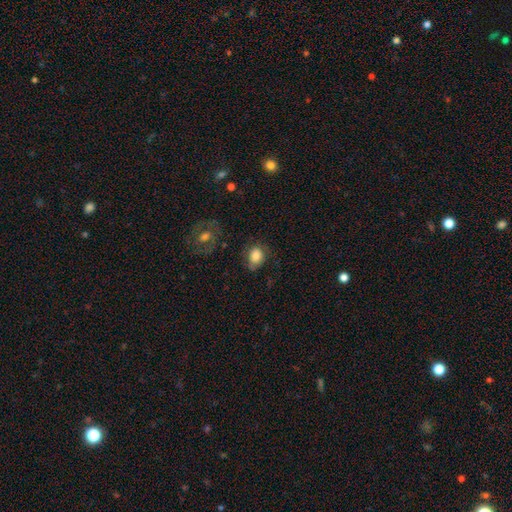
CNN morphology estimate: A smooth galaxy with no disk features (82%) that is in between round and cigar-shaped (58%). Merging: none (66%).